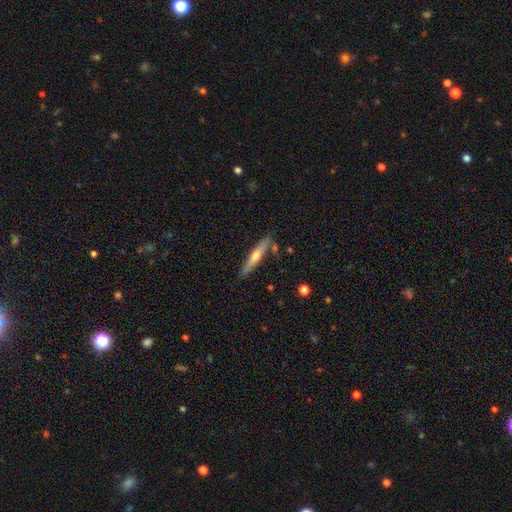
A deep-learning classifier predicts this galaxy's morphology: type=featured or disk (51%); edge-on=yes (91%); merging=none (79%).